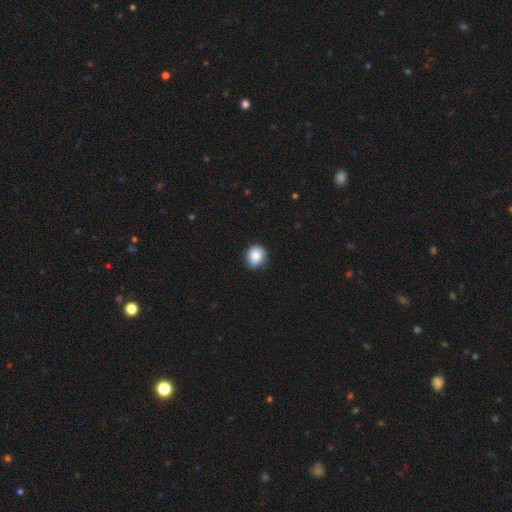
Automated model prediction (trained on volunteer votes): This appears to be a smooth galaxy with no disk features (84%) that is round (80%). Merging: none (84%).